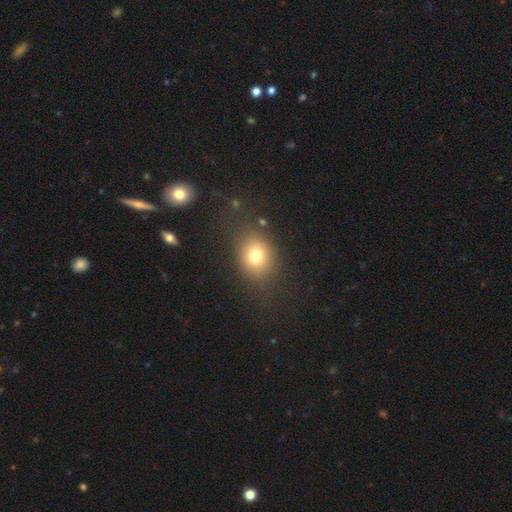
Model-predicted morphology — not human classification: A smooth galaxy with no disk features (75%) that is round (56%).

Vote fractions:
- Smooth or featured? smooth: 75% / star or artifact: 14% / featured or disk: 11%
- How rounded? round: 56% / in between: 43% / cigar-shaped: 1%
- Merging? none: 80% / minor disturbance: 11% / major disturbance: 7% / merger: 2%